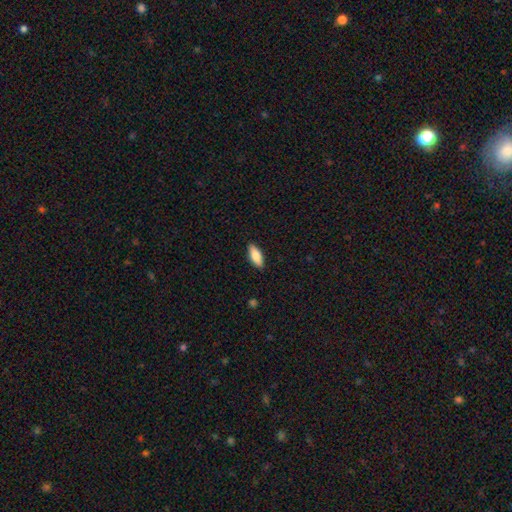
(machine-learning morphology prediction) A smooth galaxy with no disk features (82%) that is in between round and cigar-shaped (75%).

Vote fractions:
- Smooth or featured? smooth: 82% / featured or disk: 12% / star or artifact: 6%
- How rounded? in between: 75% / cigar-shaped: 23% / round: 2%
- Merging? none: 89% / minor disturbance: 9% / major disturbance: 2% / merger: 1%